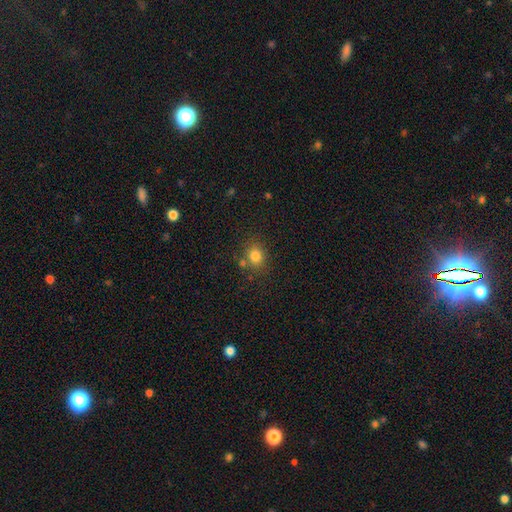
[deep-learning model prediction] The model was most divided on "how rounded": round: 65%, in between: 34%, cigar-shaped: 1%. More confident: smooth or featured — smooth (81%); merging — none (72%).